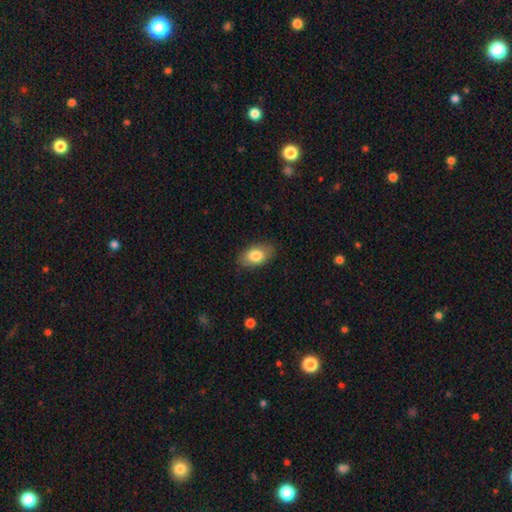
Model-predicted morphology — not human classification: A smooth galaxy with no disk features (81%) that is in between round and cigar-shaped (91%). Merging: none (83%).